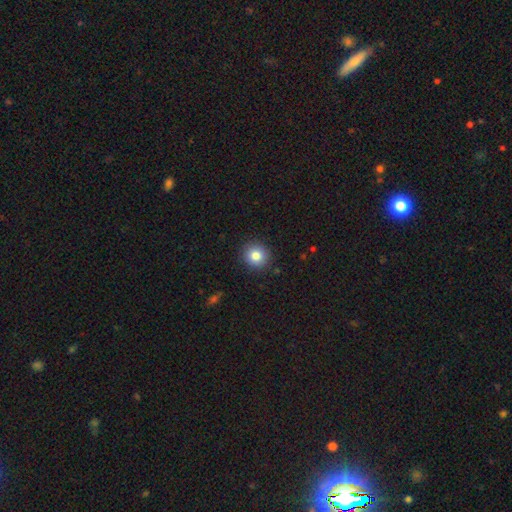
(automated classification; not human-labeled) smooth 83%, star or artifact 10%, featured or disk 7%. Down the decision tree: how rounded — round (91%); merging — none (91%).